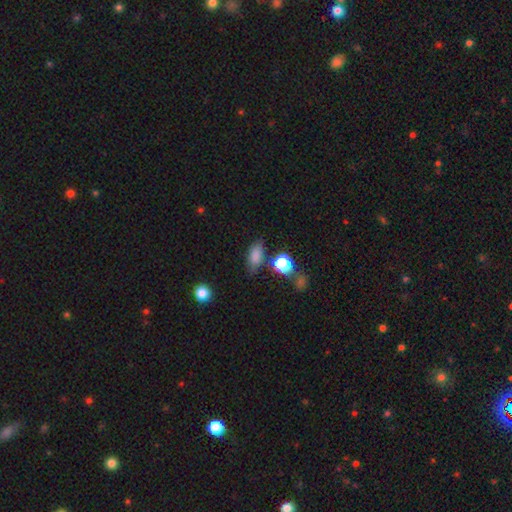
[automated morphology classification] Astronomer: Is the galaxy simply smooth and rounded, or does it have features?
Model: smooth — 79%.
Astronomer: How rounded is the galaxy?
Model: in between — 80%.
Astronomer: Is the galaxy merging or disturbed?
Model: none — 65%.